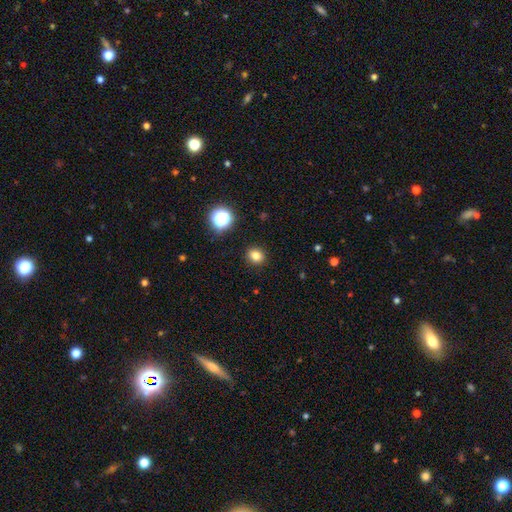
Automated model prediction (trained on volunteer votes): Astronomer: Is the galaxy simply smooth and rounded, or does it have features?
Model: smooth — 81%.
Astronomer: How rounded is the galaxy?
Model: round — 74%.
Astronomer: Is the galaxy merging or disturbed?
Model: none — 91%.